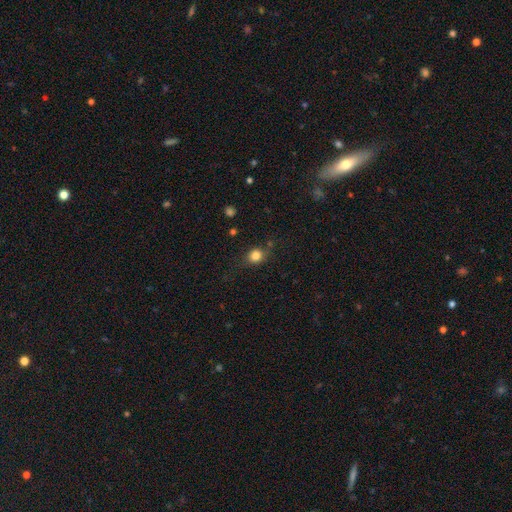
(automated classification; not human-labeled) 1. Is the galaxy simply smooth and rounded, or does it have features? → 82% smooth, 11% star or artifact, 7% featured or disk.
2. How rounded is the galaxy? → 67% round, 32% in between, 1% cigar-shaped.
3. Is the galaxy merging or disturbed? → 72% none, 18% minor disturbance, 6% major disturbance, 3% merger.